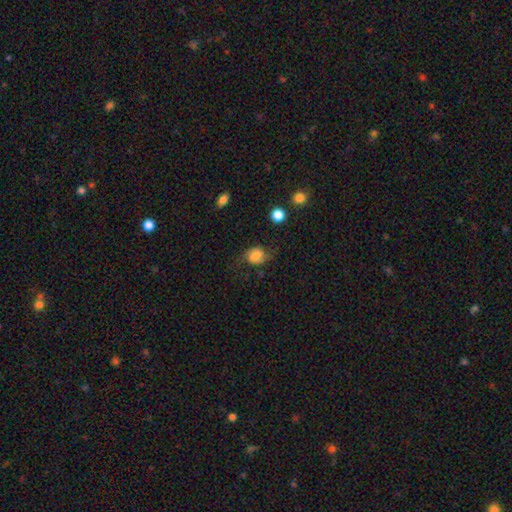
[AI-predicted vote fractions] Smooth or featured?
  - smooth: 65% *
  - featured or disk: 26%
  - star or artifact: 9%
How rounded?
  - round: 59% *
  - in between: 40%
  - cigar-shaped: 1%
Merging?
  - none: 61% *
  - minor disturbance: 24%
  - major disturbance: 13%
  - merger: 2%